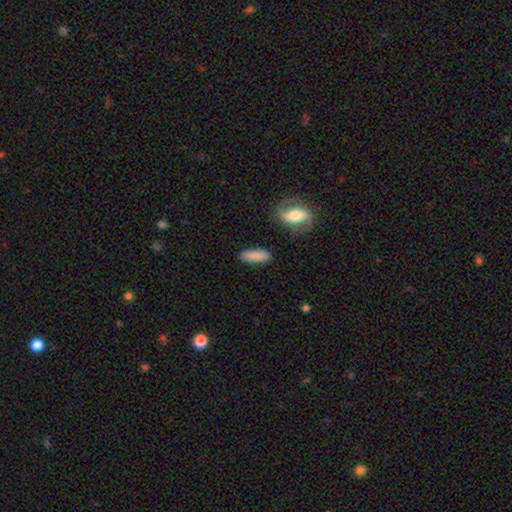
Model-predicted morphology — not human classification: This is clearly a smooth galaxy (85%). How rounded: possibly in between (54%). Merging: clearly none (85%).